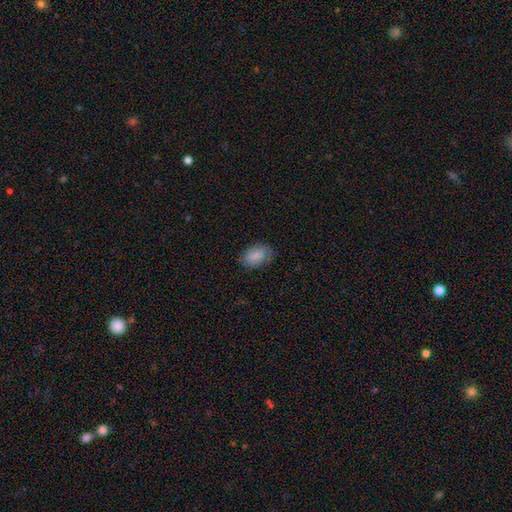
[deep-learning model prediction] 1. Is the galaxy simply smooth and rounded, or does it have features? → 80% smooth, 13% featured or disk, 7% star or artifact.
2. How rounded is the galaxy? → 87% in between, 12% round, 1% cigar-shaped.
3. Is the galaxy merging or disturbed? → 75% none, 19% minor disturbance, 5% major disturbance, 1% merger.